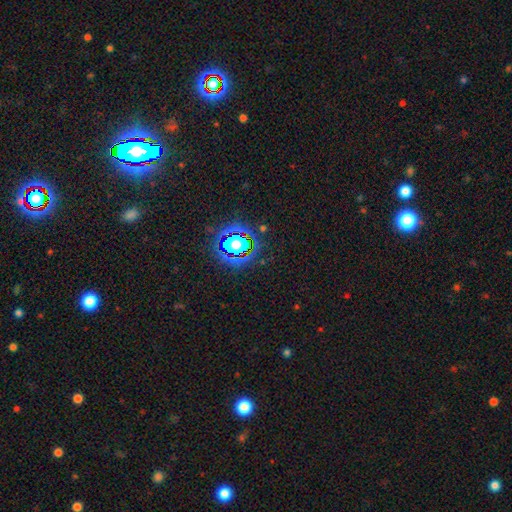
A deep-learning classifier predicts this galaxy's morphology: Smooth or featured: star or artifact — 81% (smooth — 11%)